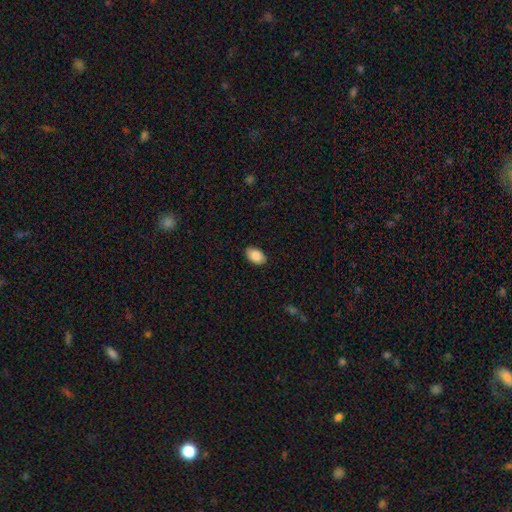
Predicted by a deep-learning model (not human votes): Morphology: type=smooth (87%); roundness=in between (91%); merging=none (86%).